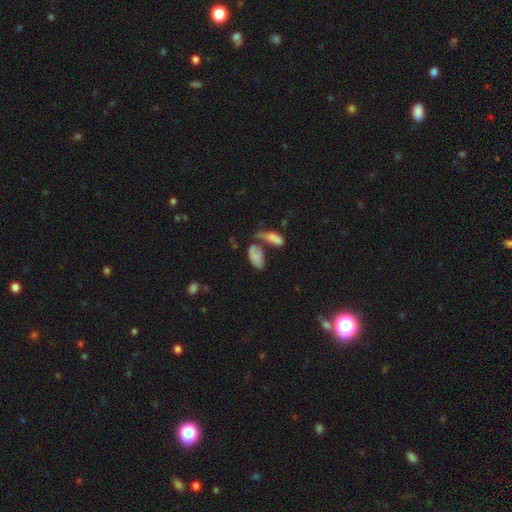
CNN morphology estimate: Smooth or featured?
  - smooth: 73% *
  - featured or disk: 17%
  - star or artifact: 10%
How rounded?
  - in between: 90% *
  - cigar-shaped: 6%
  - round: 4%
Merging?
  - merger: 43% *
  - none: 28%
  - minor disturbance: 15%
  - major disturbance: 14%